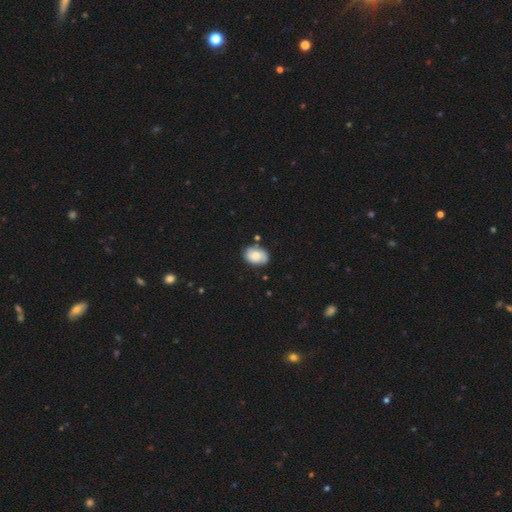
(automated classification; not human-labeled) This is likely a smooth galaxy (75%). How rounded: clearly in between (81%). Merging: likely none (74%).